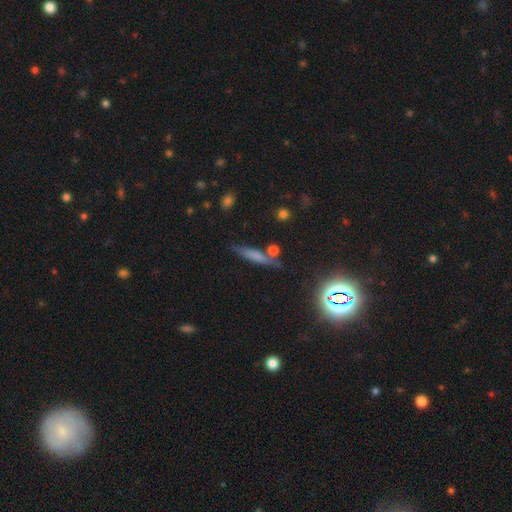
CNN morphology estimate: smooth_or_featured: smooth (p=0.58) [alt: featured or disk p=0.27]
how_rounded: cigar-shaped (p=0.84) [alt: in between p=0.13]
merging: none (p=0.72) [alt: minor disturbance p=0.15]